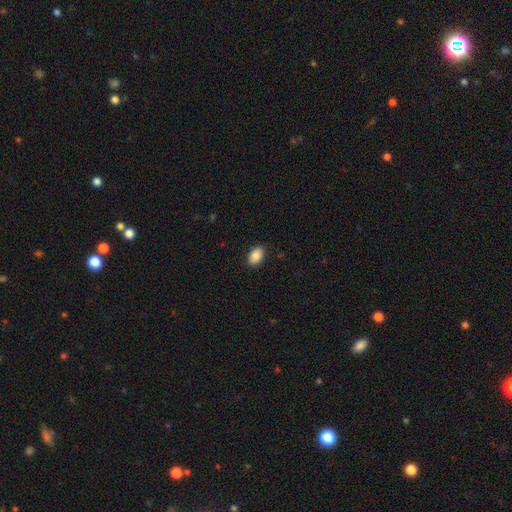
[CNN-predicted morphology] smooth 87%, star or artifact 7%, featured or disk 6%. Down the decision tree: how rounded — in between (92%); merging — none (88%).